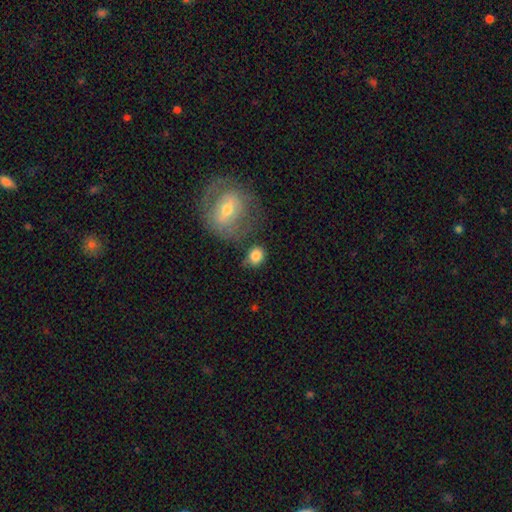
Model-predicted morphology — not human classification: Smooth or featured: smooth — 82% (featured or disk — 10%)
How rounded: round — 64% (in between — 34%)
Merging: none — 68% (minor disturbance — 17%)